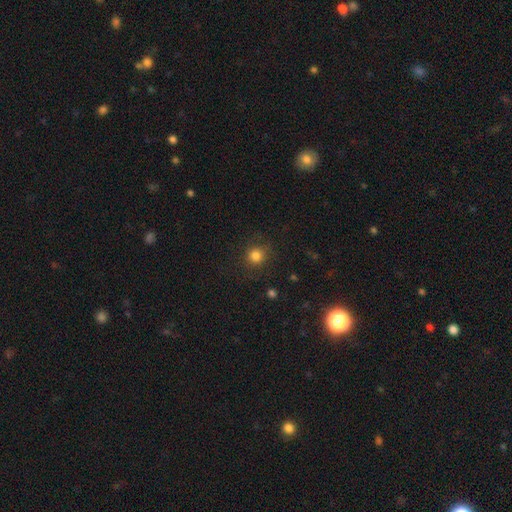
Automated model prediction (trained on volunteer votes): Smooth or featured? smooth (82%)
How rounded? round (90%)
Merging? none (84%)